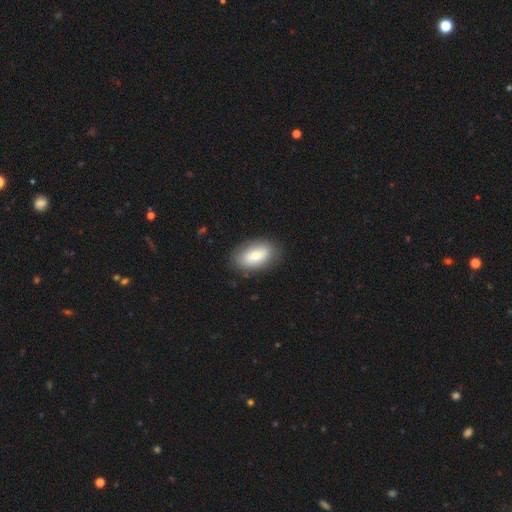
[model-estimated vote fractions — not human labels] Morphology: type=smooth (72%); roundness=in between (91%); merging=none (85%).